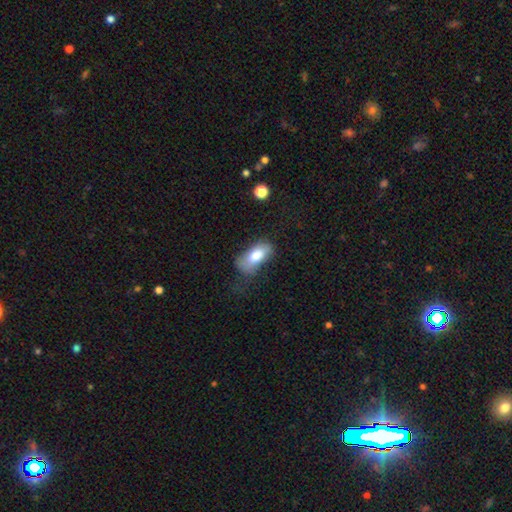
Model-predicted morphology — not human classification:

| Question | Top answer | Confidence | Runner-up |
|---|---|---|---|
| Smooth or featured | smooth | 74% | featured or disk (19%) |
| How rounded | in between | 90% | cigar-shaped (6%) |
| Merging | none | 49% | minor disturbance (31%) |